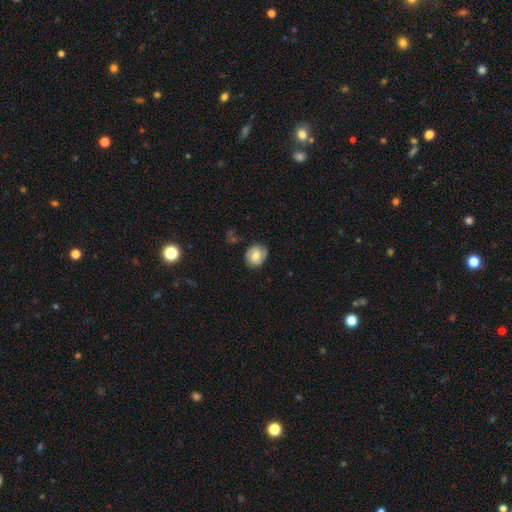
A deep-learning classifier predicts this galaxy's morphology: The model was most divided on "bar": weak: 46%, no: 39%, strong: 15%. More confident: edge-on disk — no (97%); spiral arms — yes (88%); merging — none (79%); bulge size — moderate (66%); smooth or featured — featured or disk (57%).